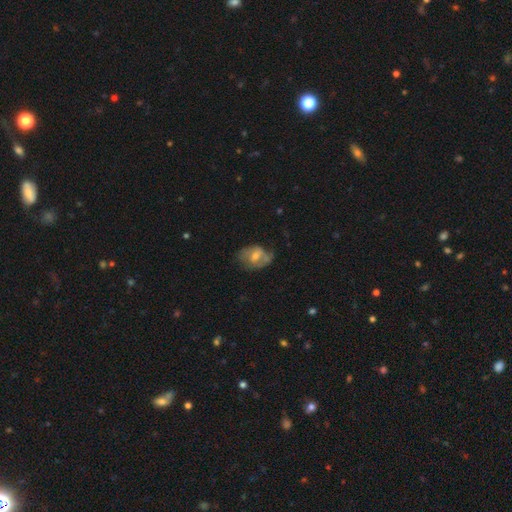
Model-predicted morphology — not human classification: A featured or disk galaxy (52%). Merging: none (53%).